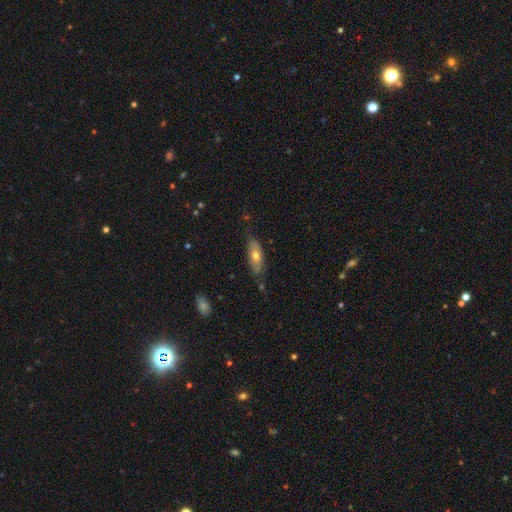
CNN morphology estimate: smooth_or_featured: smooth (p=0.56) [alt: featured or disk p=0.38]
how_rounded: in between (p=0.64) [alt: cigar-shaped p=0.33]
merging: none (p=0.67) [alt: minor disturbance p=0.25]